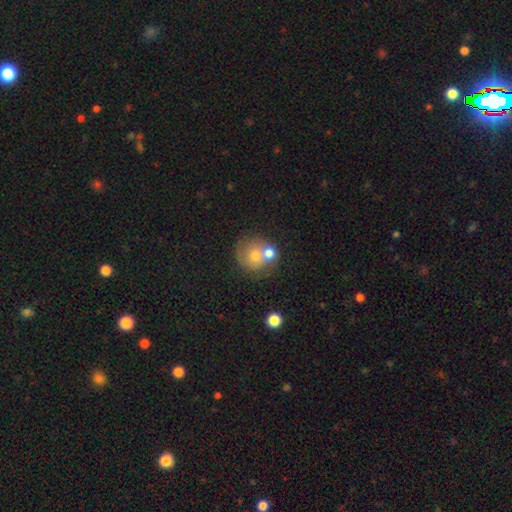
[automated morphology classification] Overall: smooth (57%; featured or disk 33%). How rounded: round (83%). Merging: merger (42%; none 41%).